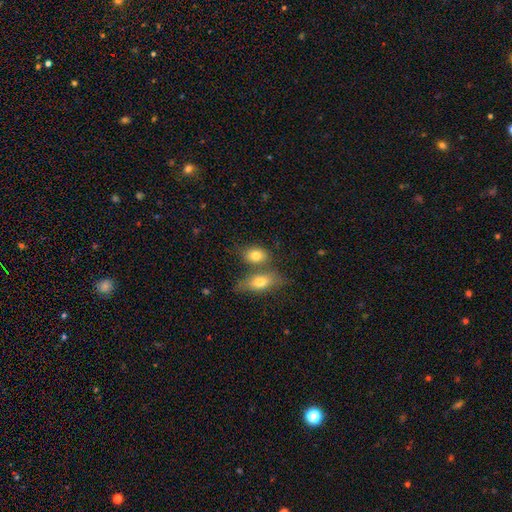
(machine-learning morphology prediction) This appears to be a smooth galaxy with no disk features (79%) that is in between round and cigar-shaped (77%). Merging: none (48%).